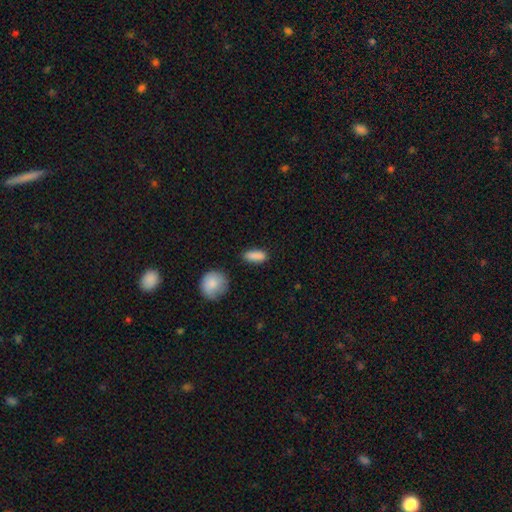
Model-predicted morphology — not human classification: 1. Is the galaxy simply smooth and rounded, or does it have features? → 88% smooth, 7% star or artifact, 5% featured or disk.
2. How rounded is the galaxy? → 72% in between, 25% cigar-shaped, 4% round.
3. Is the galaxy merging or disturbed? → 82% none, 12% minor disturbance, 3% merger, 3% major disturbance.